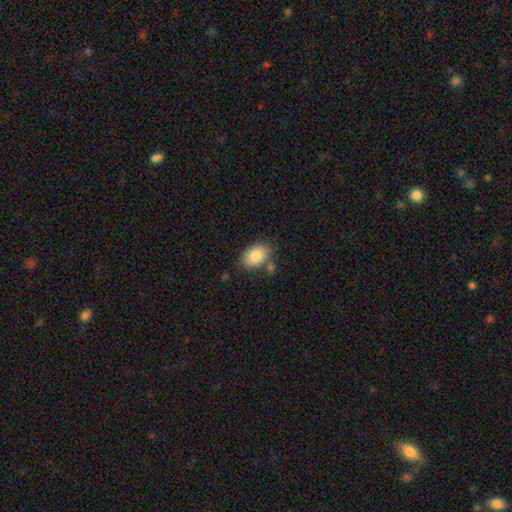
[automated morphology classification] A smooth galaxy with no disk features (84%) that is in between round and cigar-shaped (87%).

Vote fractions:
- Smooth or featured? smooth: 84% / featured or disk: 9% / star or artifact: 7%
- How rounded? in between: 87% / round: 12% / cigar-shaped: 1%
- Merging? none: 70% / minor disturbance: 16% / merger: 10% / major disturbance: 4%